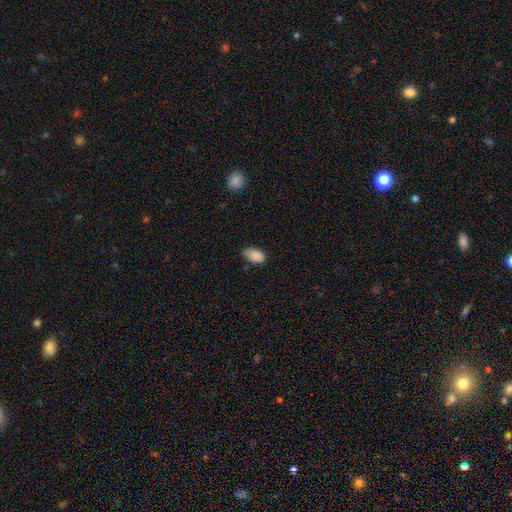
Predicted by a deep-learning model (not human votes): This appears to be a smooth galaxy with no disk features (87%) that is in between round and cigar-shaped (93%). Merging: none (67%).